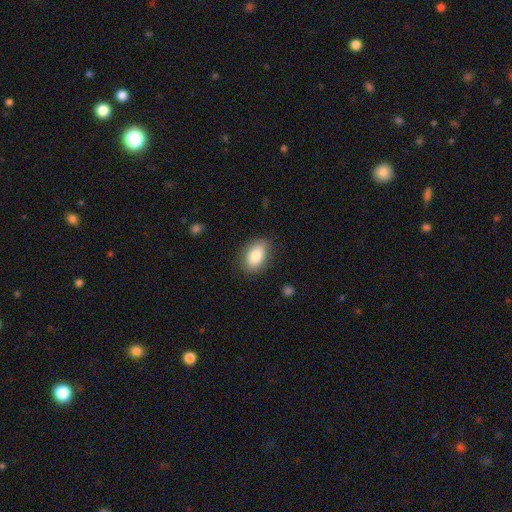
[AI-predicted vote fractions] Smooth or featured?
  - smooth: 82% *
  - featured or disk: 11%
  - star or artifact: 7%
How rounded?
  - in between: 87% *
  - round: 11%
  - cigar-shaped: 1%
Merging?
  - none: 84% *
  - minor disturbance: 12%
  - major disturbance: 3%
  - merger: 1%